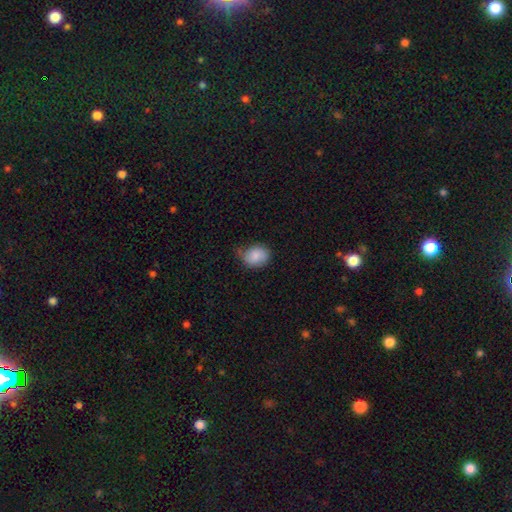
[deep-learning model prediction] A smooth galaxy with no disk features (84%) that is round (50%).

Vote fractions:
- Smooth or featured? smooth: 84% / featured or disk: 8% / star or artifact: 7%
- How rounded? round: 50% / in between: 49% / cigar-shaped: 1%
- Merging? none: 55% / minor disturbance: 35% / major disturbance: 8% / merger: 2%